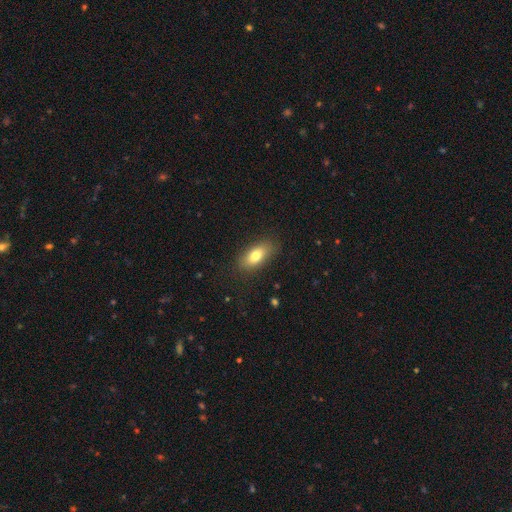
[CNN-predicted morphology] Overall: smooth (78%). How rounded: in between (84%). Merging: none (83%).